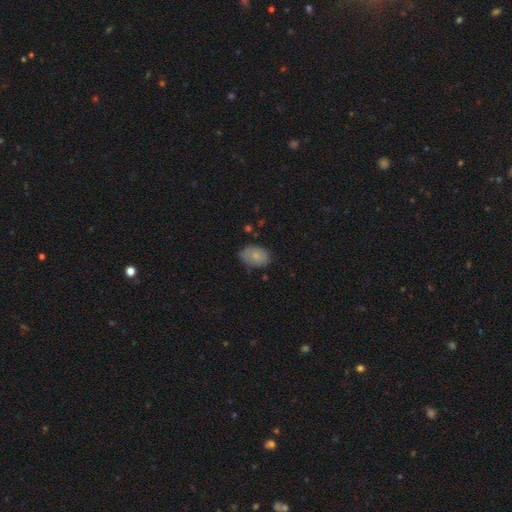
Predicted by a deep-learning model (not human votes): Morphology: type=smooth (82%); roundness=in between (87%); merging=none (75%).